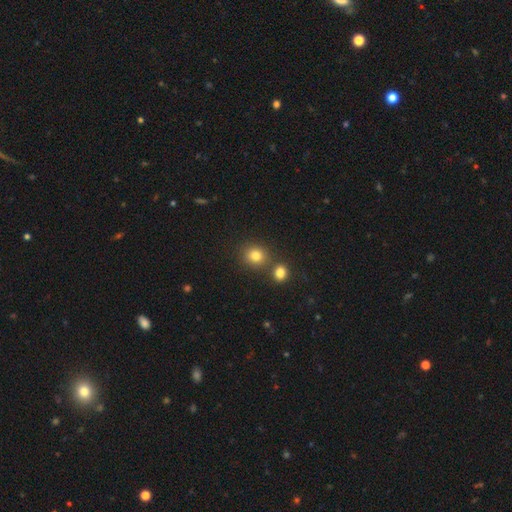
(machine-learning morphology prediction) Q: Smooth or featured?
A: smooth (80%); runner-up: star or artifact (14%)
Q: How rounded?
A: round (82%); runner-up: in between (17%)
Q: Merging?
A: none (73%); runner-up: merger (17%)